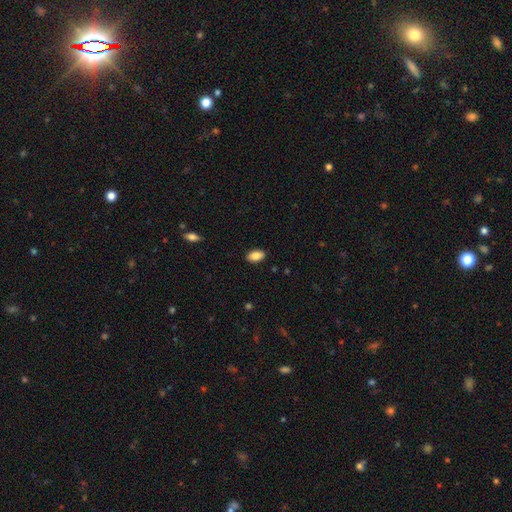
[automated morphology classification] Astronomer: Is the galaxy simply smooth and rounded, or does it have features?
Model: smooth — 86%.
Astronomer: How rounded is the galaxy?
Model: in between — 92%.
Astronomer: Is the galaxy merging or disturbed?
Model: none — 89%.